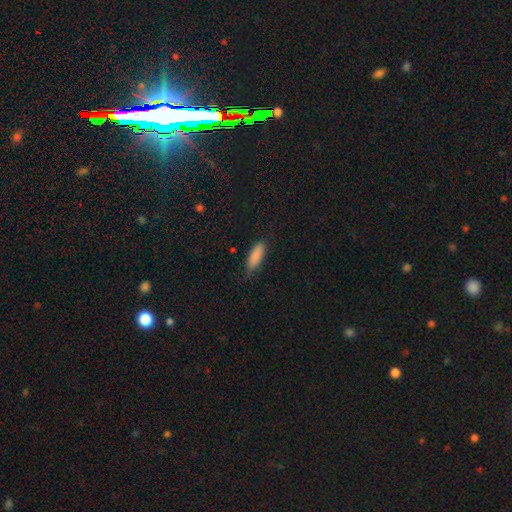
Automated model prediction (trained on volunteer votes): The model was most divided on "how rounded": in between: 54%, cigar-shaped: 44%, round: 2%. More confident: smooth or featured — smooth (87%); merging — none (73%).